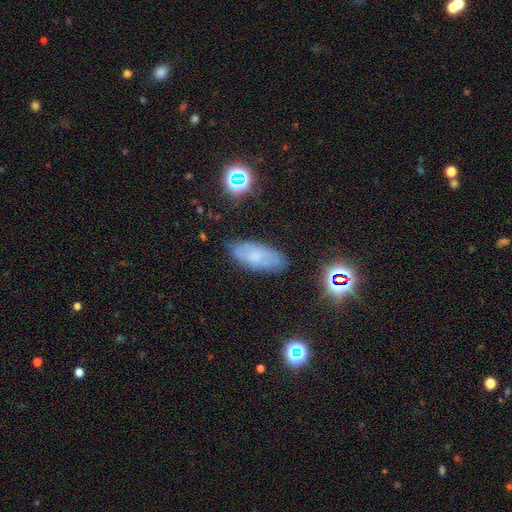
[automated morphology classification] A smooth galaxy with no disk features (57%) that is in between round and cigar-shaped (86%). Merging: none (75%).